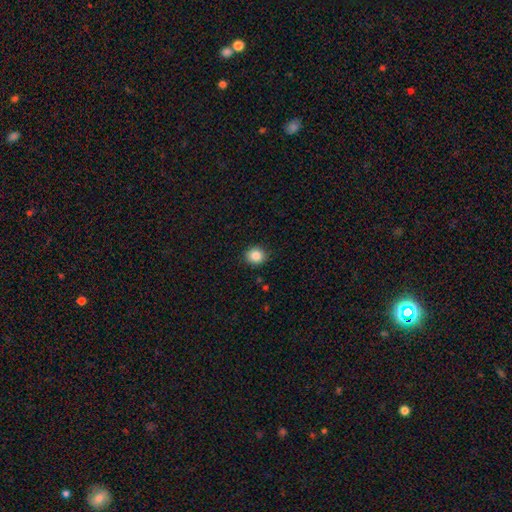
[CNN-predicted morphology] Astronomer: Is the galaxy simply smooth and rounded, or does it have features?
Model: smooth — 85%.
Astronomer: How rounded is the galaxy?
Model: round — 82%.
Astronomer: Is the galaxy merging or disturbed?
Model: none — 90%.